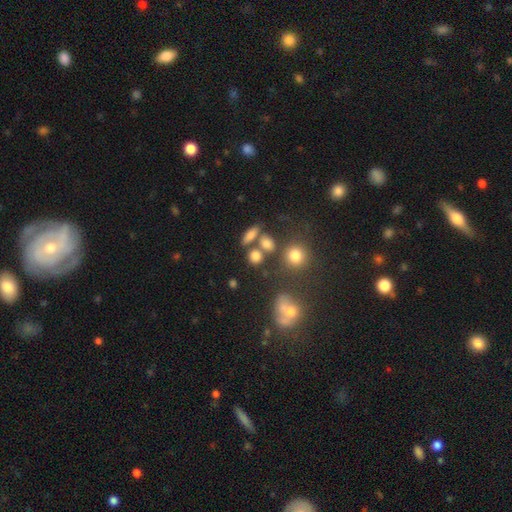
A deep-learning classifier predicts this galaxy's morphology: The model was most divided on "merging": none: 54%, merger: 28%, minor disturbance: 12%, major disturbance: 6%. More confident: smooth or featured — smooth (74%); how rounded — round (61%).